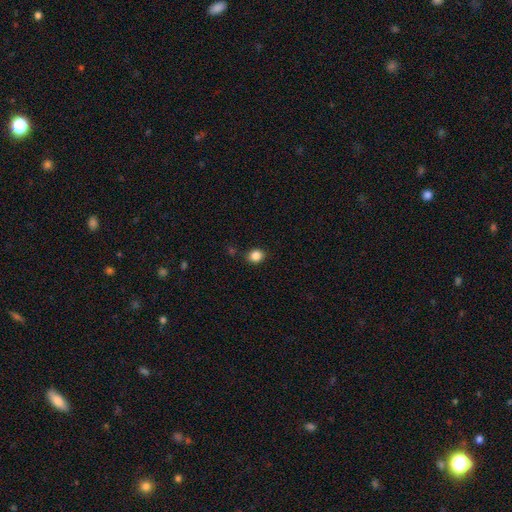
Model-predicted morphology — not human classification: Smooth or featured?
  - smooth: 86% *
  - star or artifact: 10%
  - featured or disk: 4%
How rounded?
  - round: 64% *
  - in between: 35%
  - cigar-shaped: 1%
Merging?
  - none: 87% *
  - minor disturbance: 9%
  - merger: 2%
  - major disturbance: 2%